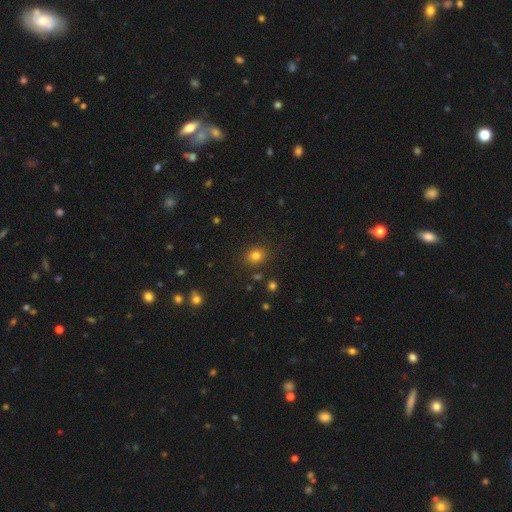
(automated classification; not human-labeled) This appears to be a smooth galaxy with no disk features (80%) that is round (75%). Merging: none (87%).